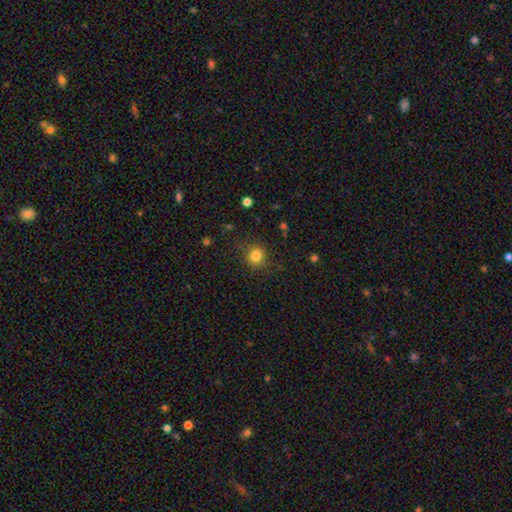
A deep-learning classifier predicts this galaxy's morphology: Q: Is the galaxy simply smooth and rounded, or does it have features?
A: smooth — 82%.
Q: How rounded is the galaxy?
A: round — 86%.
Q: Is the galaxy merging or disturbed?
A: none — 84%.